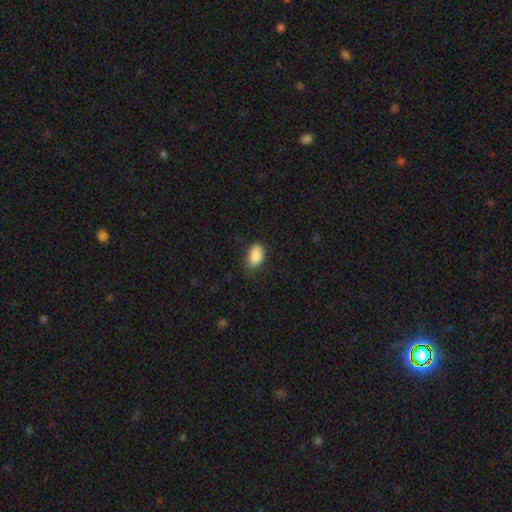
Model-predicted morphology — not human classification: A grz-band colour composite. It shows a smooth galaxy with no disk features (89%) that is in between round and cigar-shaped (91%). Merging: none (72%).